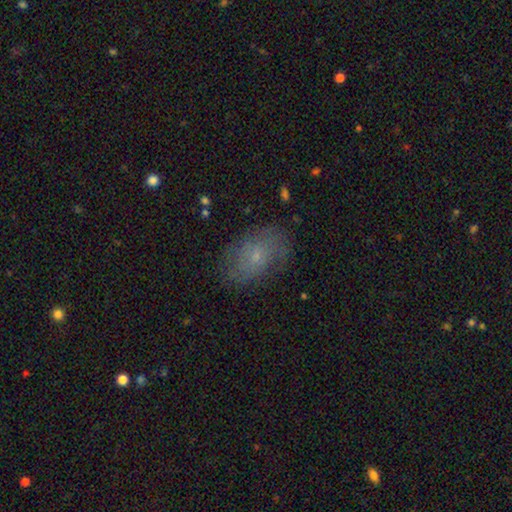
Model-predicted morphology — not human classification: A smooth galaxy with no disk features (56%) that is in between round and cigar-shaped (84%). Merging: none (73%).